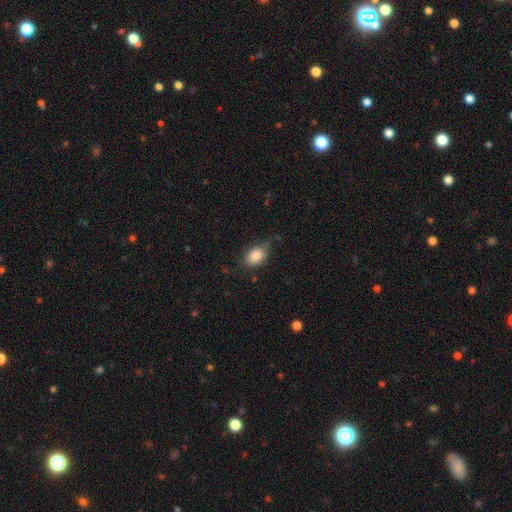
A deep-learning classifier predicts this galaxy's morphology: Smooth or featured: smooth — 85% (star or artifact — 8%)
How rounded: in between — 82% (round — 17%)
Merging: none — 69% (minor disturbance — 24%)